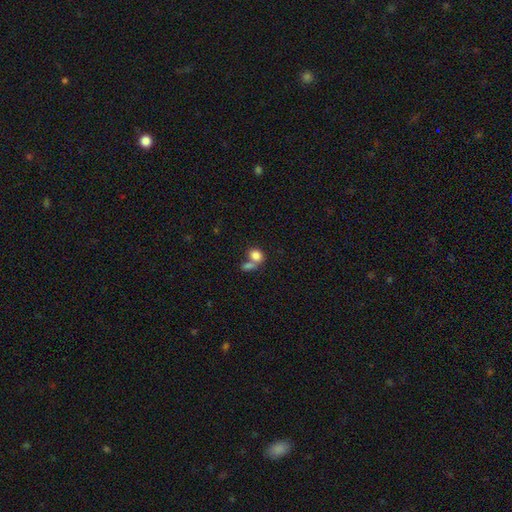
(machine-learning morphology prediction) Smooth or featured?
  - smooth: 82% *
  - star or artifact: 9%
  - featured or disk: 8%
How rounded?
  - in between: 60% *
  - round: 39%
  - cigar-shaped: 1%
Merging?
  - merger: 51% *
  - none: 34%
  - minor disturbance: 9%
  - major disturbance: 5%